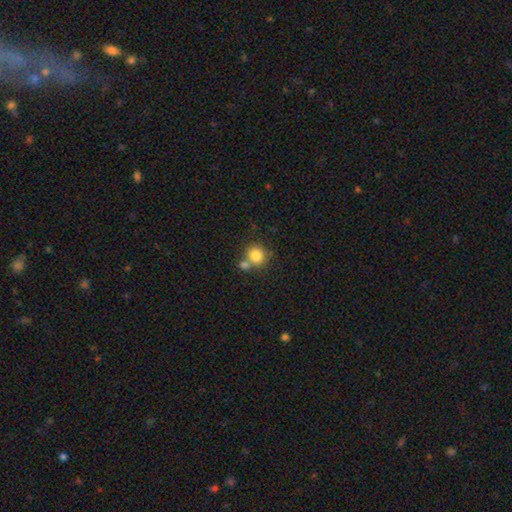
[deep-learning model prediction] This is clearly a smooth galaxy (82%). How rounded: clearly round (85%). Merging: possibly none (53%).